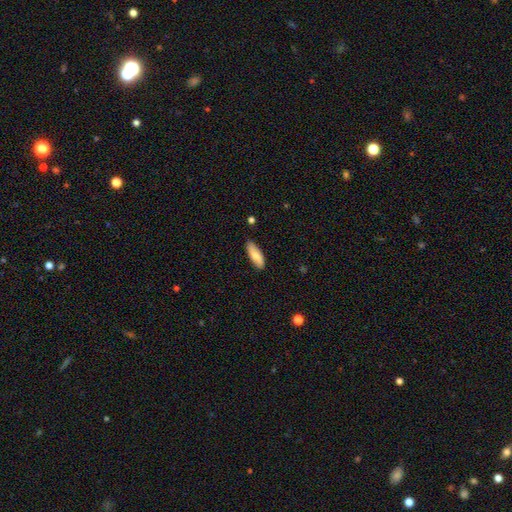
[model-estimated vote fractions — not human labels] A smooth galaxy with no disk features (72%) that is in between round and cigar-shaped (65%).

Vote fractions:
- Smooth or featured? smooth: 72% / featured or disk: 22% / star or artifact: 6%
- How rounded? in between: 65% / cigar-shaped: 33% / round: 2%
- Merging? none: 84% / minor disturbance: 13% / major disturbance: 2% / merger: 1%